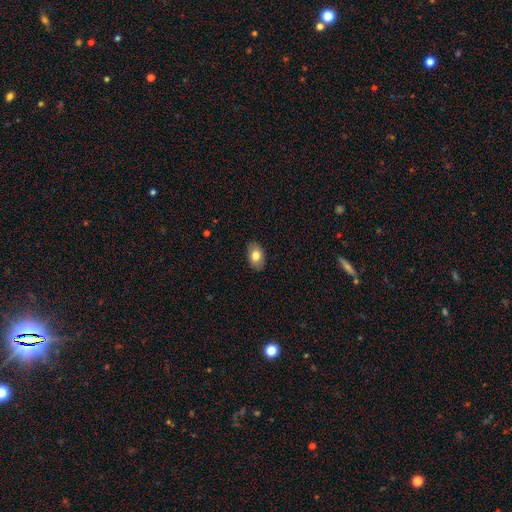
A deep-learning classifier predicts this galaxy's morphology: This appears to be a smooth galaxy with no disk features (80%) that is in between round and cigar-shaped (88%). Merging: none (86%).